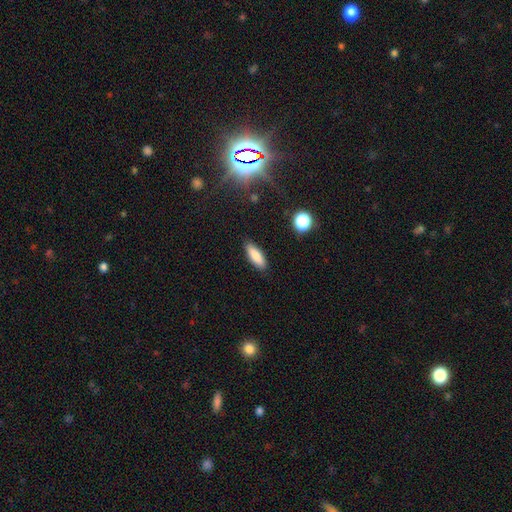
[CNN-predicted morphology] This appears to be a smooth galaxy with no disk features (83%) that is in between round and cigar-shaped (54%). Merging: none (88%).